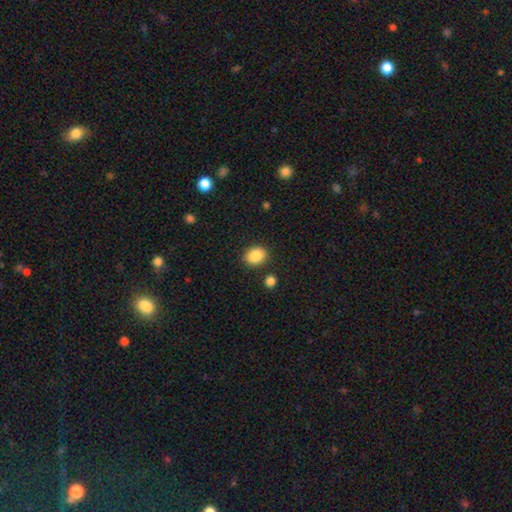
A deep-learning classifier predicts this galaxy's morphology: A smooth galaxy with no disk features (87%) that is round (50%). Merging: none (85%).